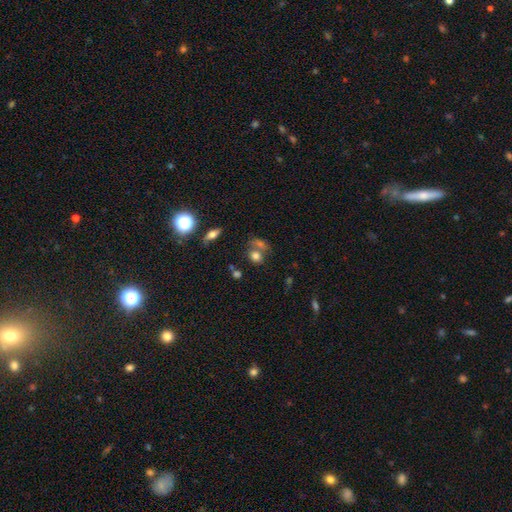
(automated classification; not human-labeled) Smooth or featured?
  - smooth: 72% *
  - star or artifact: 15%
  - featured or disk: 13%
How rounded?
  - round: 61% *
  - in between: 37%
  - cigar-shaped: 2%
Merging?
  - none: 46% *
  - merger: 37%
  - minor disturbance: 11%
  - major disturbance: 6%